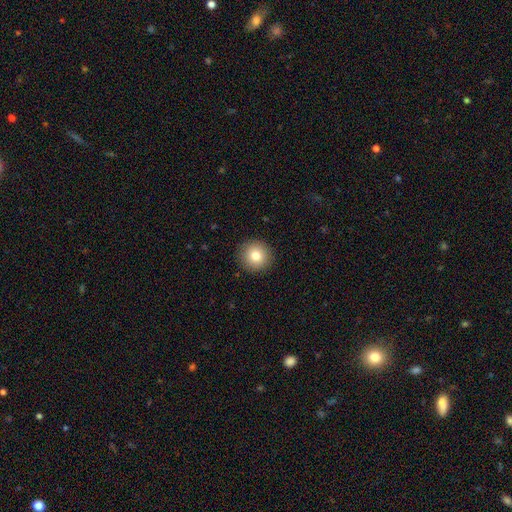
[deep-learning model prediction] smooth_or_featured: smooth (p=0.81) [alt: star or artifact p=0.10]
how_rounded: round (p=0.94) [alt: in between p=0.05]
merging: none (p=0.92) [alt: minor disturbance p=0.06]